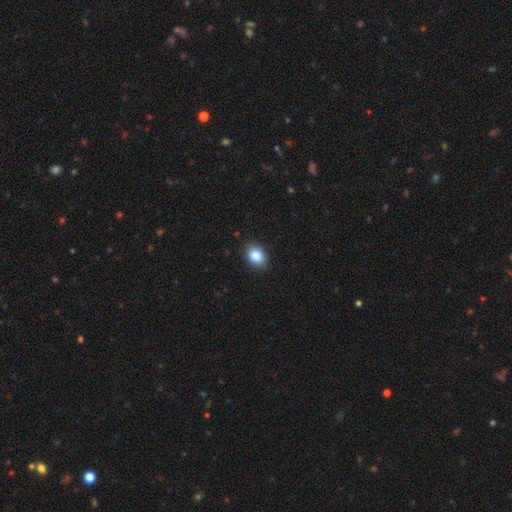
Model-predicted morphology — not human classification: Smooth or featured? smooth (85%)
How rounded? in between (61%)
Merging? none (87%)